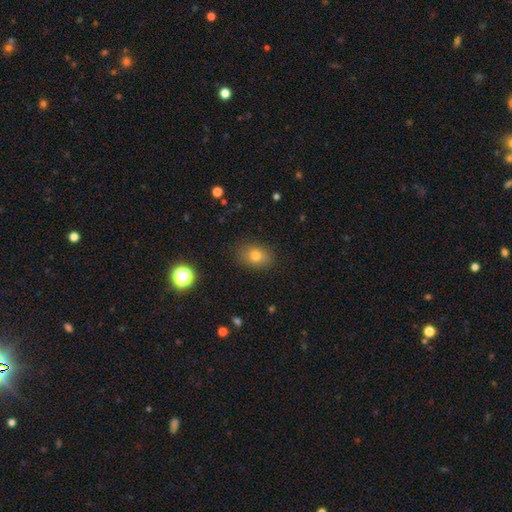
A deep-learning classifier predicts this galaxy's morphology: The model was most divided on "how rounded": in between: 65%, round: 33%, cigar-shaped: 1%. More confident: merging — none (85%); smooth or featured — smooth (77%).